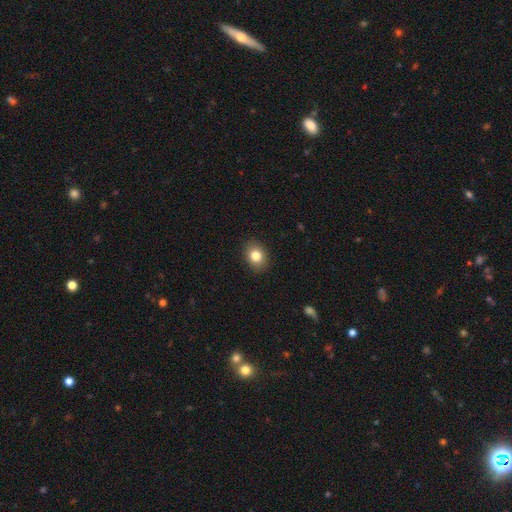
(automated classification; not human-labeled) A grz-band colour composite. It shows a smooth galaxy with no disk features (83%) that is in between round and cigar-shaped (53%). Merging: none (89%).